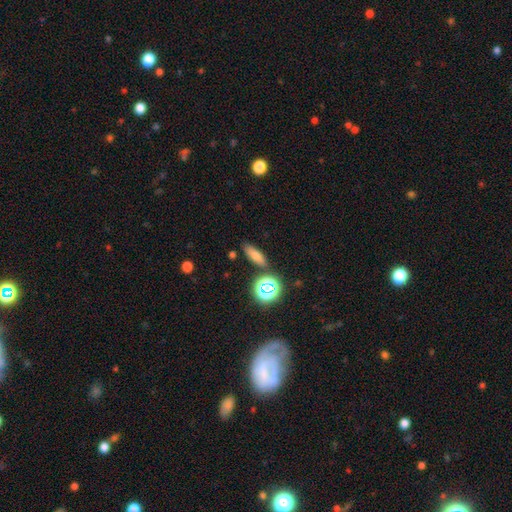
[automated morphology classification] This appears to be a smooth galaxy with no disk features (69%) that is in between round and cigar-shaped (55%). Merging: none (82%).